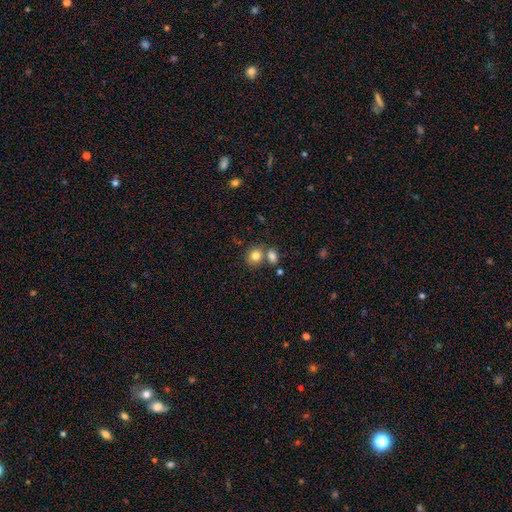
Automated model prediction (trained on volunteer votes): The model was most divided on "merging": none: 55%, merger: 32%, minor disturbance: 10%, major disturbance: 3%. More confident: smooth or featured — smooth (81%); how rounded — round (68%).